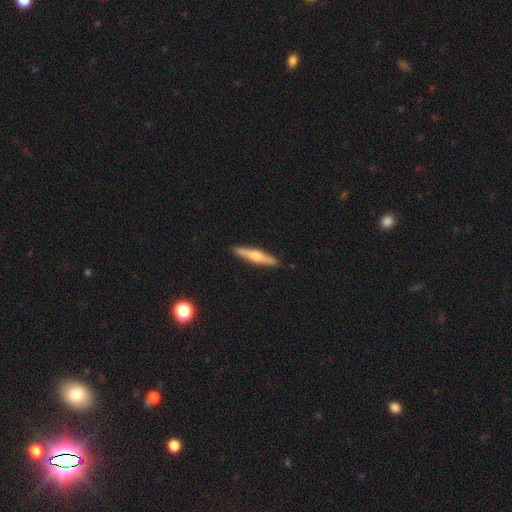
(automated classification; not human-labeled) This is possibly a featured or disk galaxy (54%). It is clearly viewed edge-on (96%). Edge-on bulge: clearly rounded (83%). Merging: clearly none (91%).